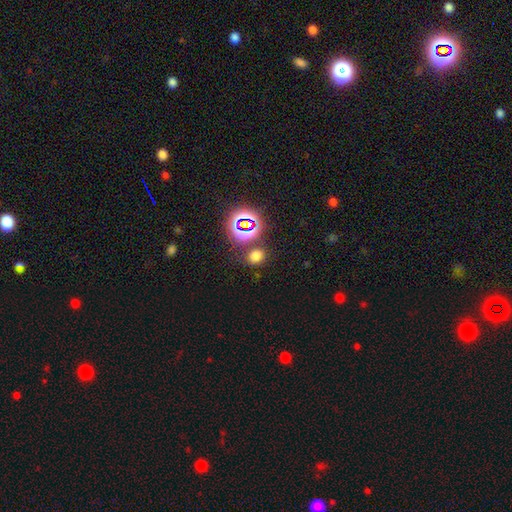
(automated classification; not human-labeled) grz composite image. It shows a smooth galaxy with no disk features (65%) that is round (58%). Merging: none (79%).